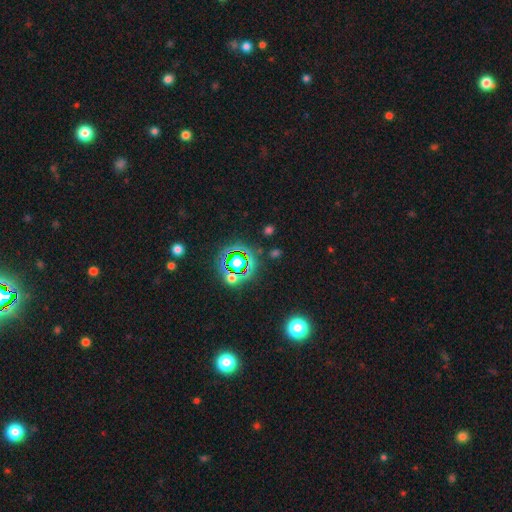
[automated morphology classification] This is clearly a star or artifact rather than a galaxy (80%).